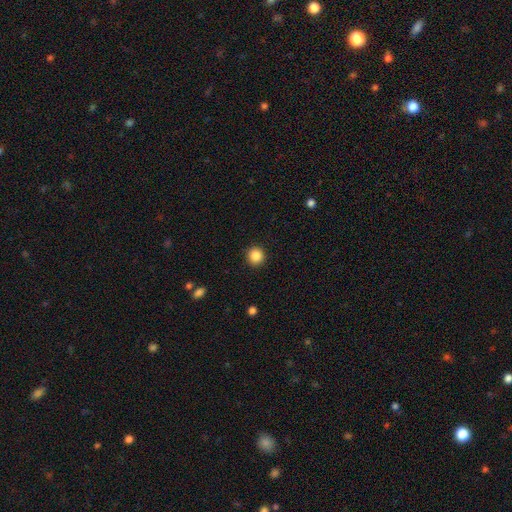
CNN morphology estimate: A smooth galaxy with no disk features (87%) that is round (94%). Merging: none (92%).